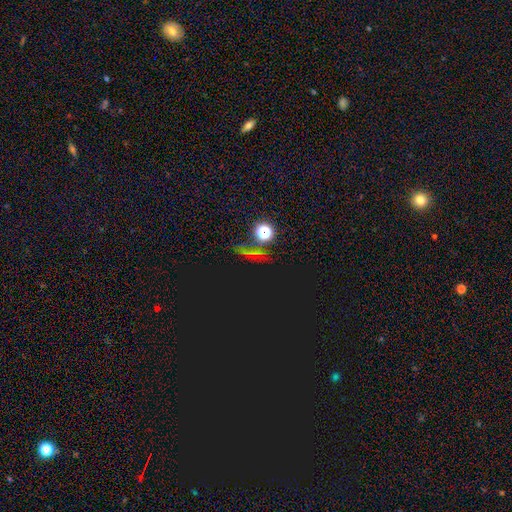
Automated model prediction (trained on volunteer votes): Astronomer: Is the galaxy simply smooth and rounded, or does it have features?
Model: star or artifact — 67%.